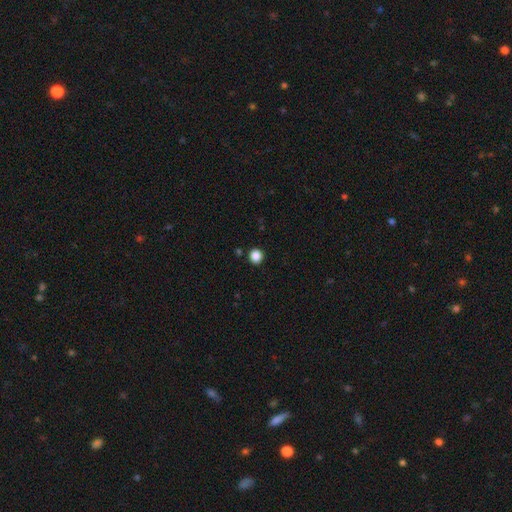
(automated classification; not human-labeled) This appears to be a smooth galaxy with no disk features (86%) that is round (91%). Merging: none (91%).